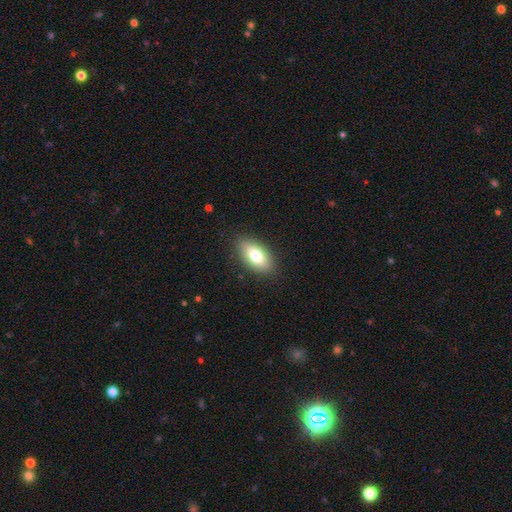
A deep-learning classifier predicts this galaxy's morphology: smooth 79%, featured or disk 14%, star or artifact 7%. Down the decision tree: how rounded — in between (90%); merging — none (87%).